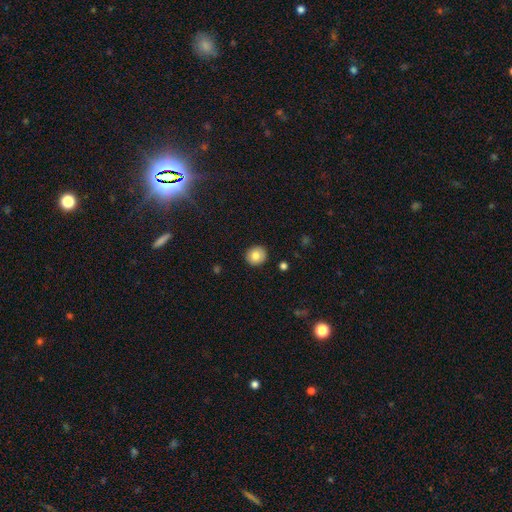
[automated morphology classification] Smooth or featured: smooth — 80% (featured or disk — 11%)
How rounded: round — 89% (in between — 10%)
Merging: none — 91% (minor disturbance — 6%)